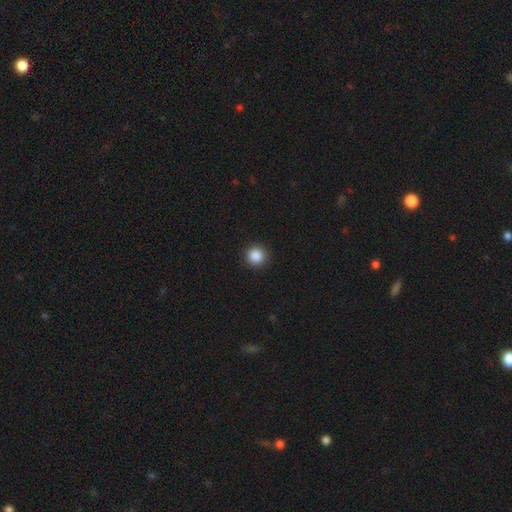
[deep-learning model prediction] Smooth or featured?
  - smooth: 87% *
  - star or artifact: 10%
  - featured or disk: 3%
How rounded?
  - round: 95% *
  - in between: 4%
  - cigar-shaped: 1%
Merging?
  - none: 93% *
  - minor disturbance: 5%
  - major disturbance: 2%
  - merger: 1%